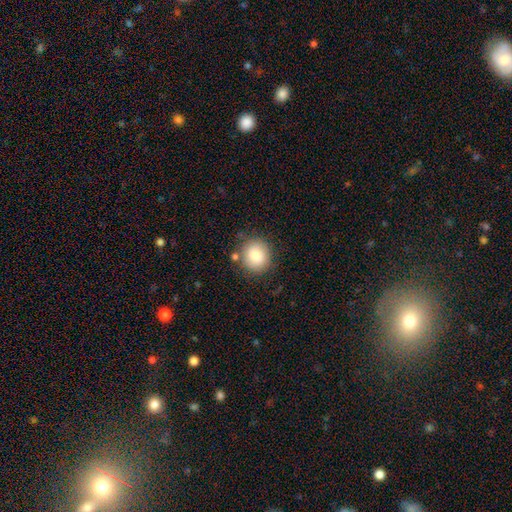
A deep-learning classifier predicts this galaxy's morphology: This appears to be a smooth galaxy with no disk features (84%) that is round (86%). Merging: none (79%).